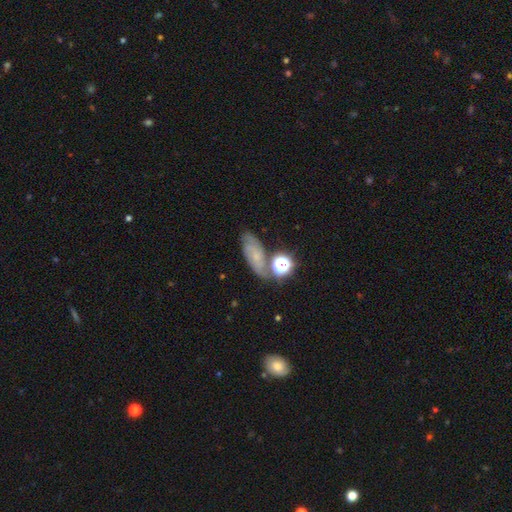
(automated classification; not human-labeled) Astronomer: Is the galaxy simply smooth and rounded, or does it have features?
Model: featured or disk — 43% (runner-up: smooth, 38%).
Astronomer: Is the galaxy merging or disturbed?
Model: none — 62%.